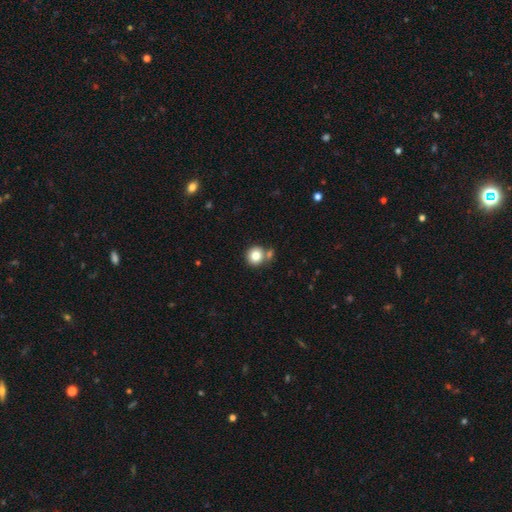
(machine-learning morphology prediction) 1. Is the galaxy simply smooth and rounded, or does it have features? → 81% smooth, 10% star or artifact, 9% featured or disk.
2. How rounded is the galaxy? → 89% round, 10% in between, 1% cigar-shaped.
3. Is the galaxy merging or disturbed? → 67% none, 20% merger, 10% minor disturbance, 3% major disturbance.